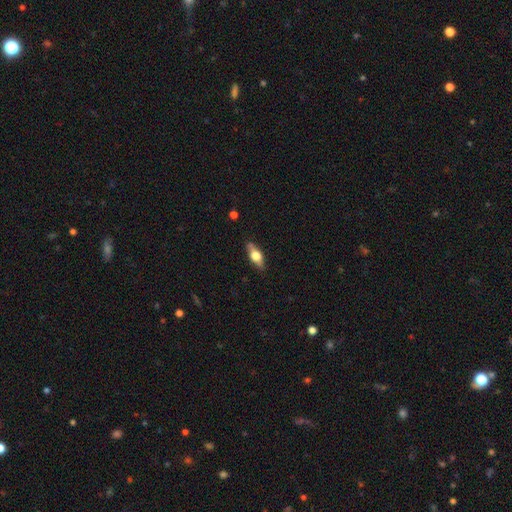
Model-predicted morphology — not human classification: Smooth or featured: smooth — 49% (featured or disk — 45%)
Merging: none — 84% (minor disturbance — 12%)